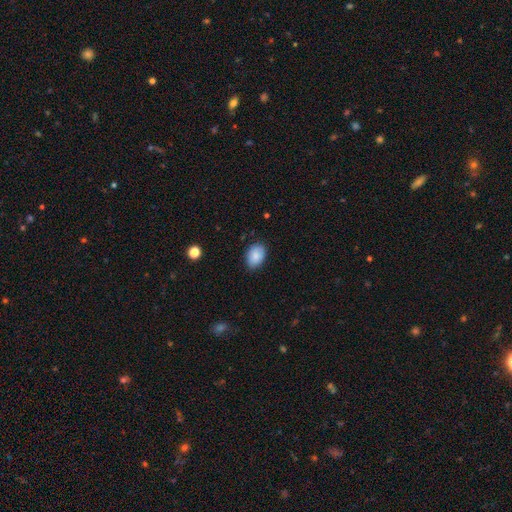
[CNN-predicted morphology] Overall: smooth (86%). How rounded: in between (79%). Merging: none (79%).